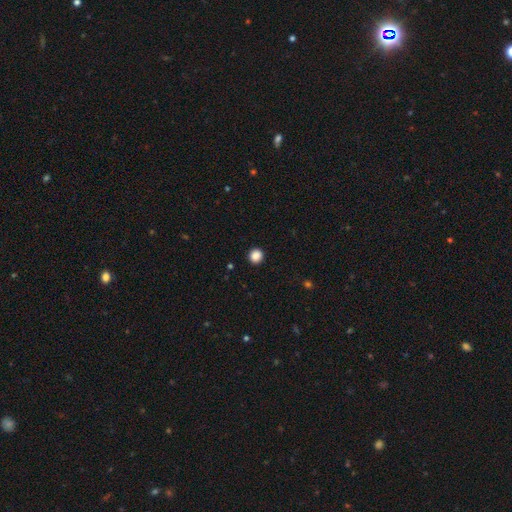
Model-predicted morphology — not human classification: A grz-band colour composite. It shows a smooth galaxy with no disk features (87%) that is round (92%). Merging: none (92%).